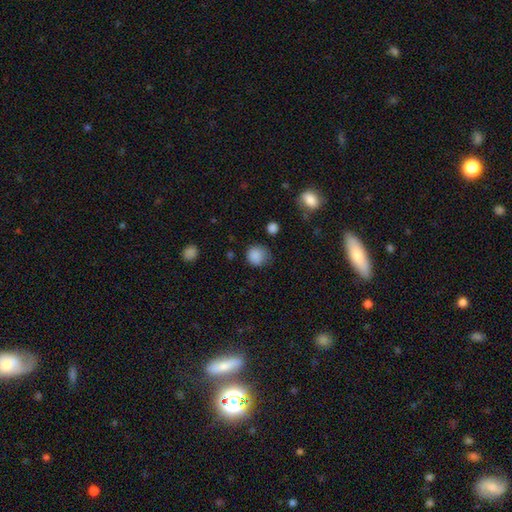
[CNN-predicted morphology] A smooth galaxy with no disk features (86%) that is round (86%). Merging: none (67%).